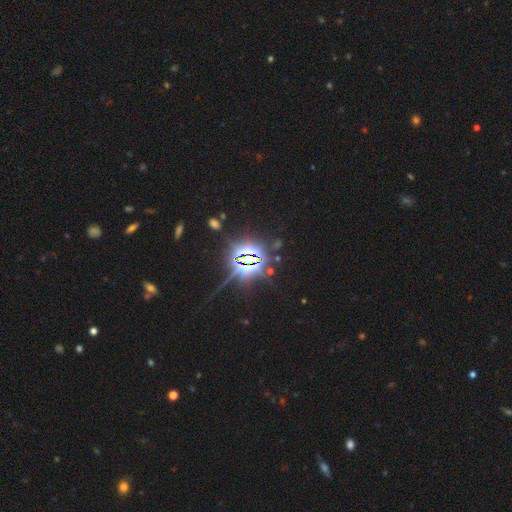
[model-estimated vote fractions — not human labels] A star or artifact, not a galaxy (87%).

Vote fractions:
- Smooth or featured? star or artifact: 87% / featured or disk: 7% / smooth: 7%